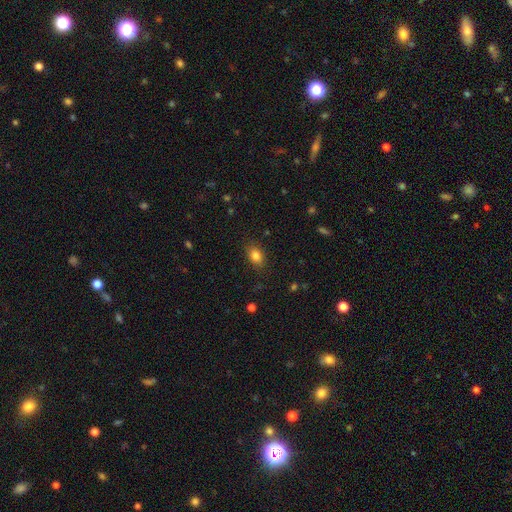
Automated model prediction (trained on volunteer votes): This is clearly a smooth galaxy (83%). How rounded: likely in between (75%). Merging: clearly none (84%).